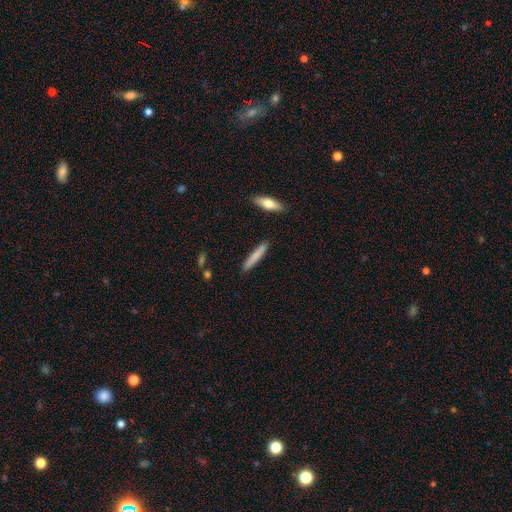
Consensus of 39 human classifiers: Smooth or featured? smooth (67%)
How rounded? cigar-shaped (100%)
Merging? none (89%)